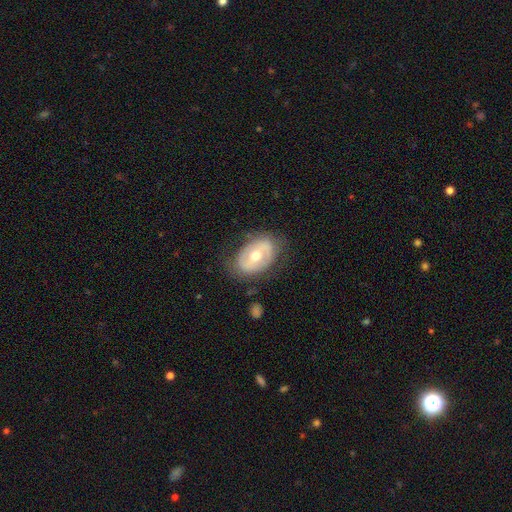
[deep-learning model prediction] The model was most divided on "smooth or featured": featured or disk: 54%, smooth: 39%, star or artifact: 7%. More confident: edge-on disk — no (92%); merging — none (74%).